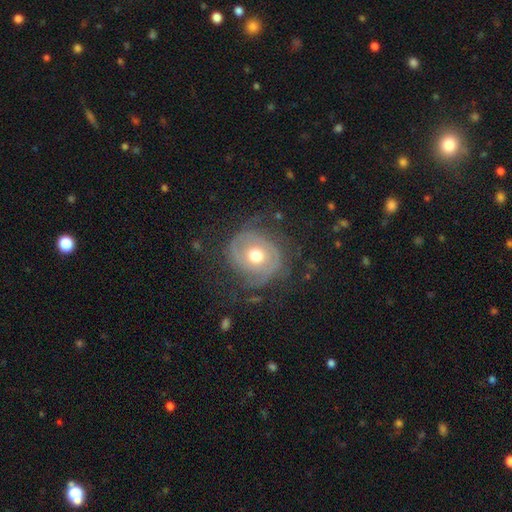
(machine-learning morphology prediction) smooth_or_featured: featured or disk (p=0.71) [alt: smooth p=0.22]
disk_edge_on: no (p=0.97) [alt: yes p=0.03]
bar: no (p=0.79) [alt: weak p=0.17]
has_spiral_arms: yes (p=0.79) [alt: no p=0.21]
spiral_winding: tight (p=0.53) [alt: medium p=0.32]
spiral_arm_count: 2 (p=0.50) [alt: can't tell p=0.26]
bulge_size: moderate (p=0.76) [alt: large p=0.11]
merging: none (p=0.63) [alt: minor disturbance p=0.21]